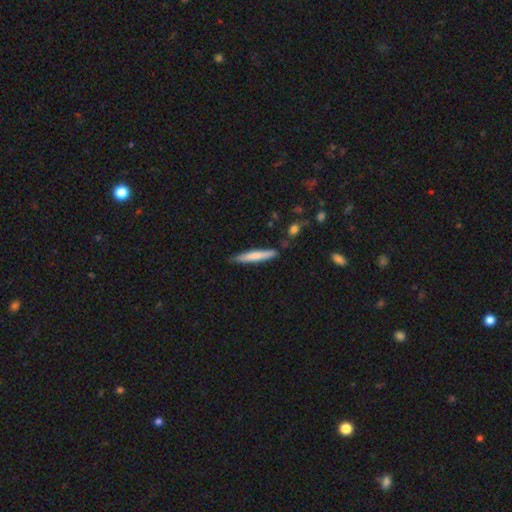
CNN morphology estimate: The model was most divided on "smooth or featured": smooth: 71%, featured or disk: 24%, star or artifact: 5%. More confident: how rounded — cigar-shaped (93%); merging — none (83%).